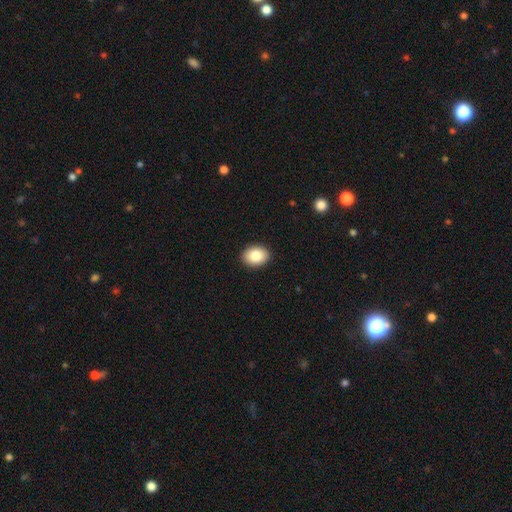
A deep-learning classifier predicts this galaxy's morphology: smooth 84%, featured or disk 8%, star or artifact 8%. Down the decision tree: how rounded — in between (63%); merging — none (91%).